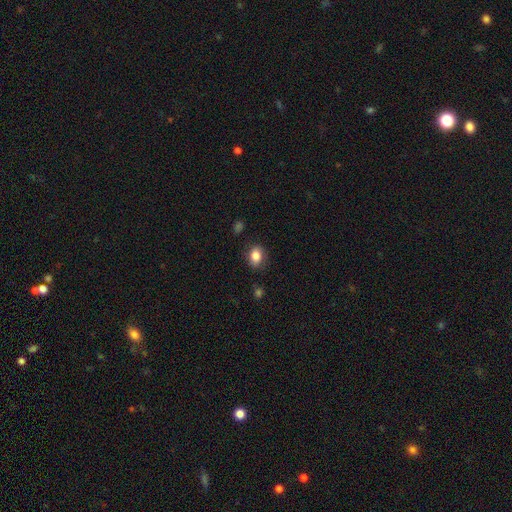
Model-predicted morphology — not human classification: type=smooth (84%); roundness=in between (64%); merging=none (80%).